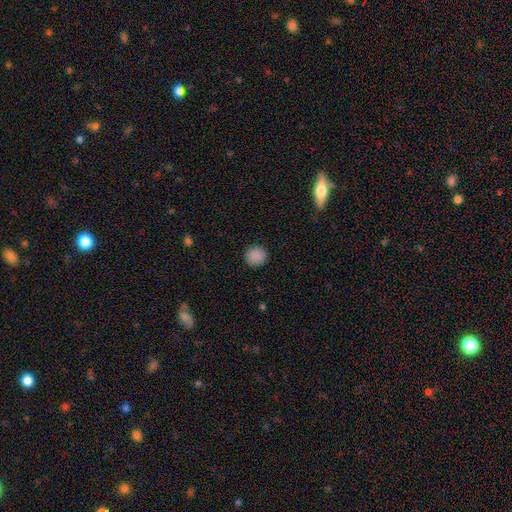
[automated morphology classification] This appears to be a smooth galaxy with no disk features (88%) that is round (91%). Merging: none (91%).